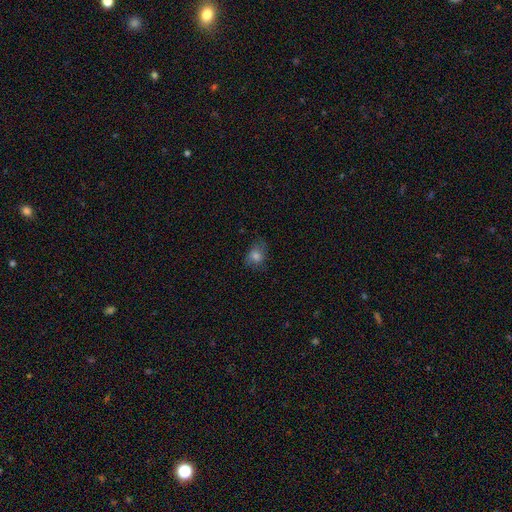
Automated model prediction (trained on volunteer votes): A smooth galaxy with no disk features (73%) that is round (50%).

Vote fractions:
- Smooth or featured? smooth: 73% / featured or disk: 13% / star or artifact: 13%
- How rounded? round: 50% / in between: 49% / cigar-shaped: 1%
- Merging? none: 66% / minor disturbance: 24% / major disturbance: 9% / merger: 1%